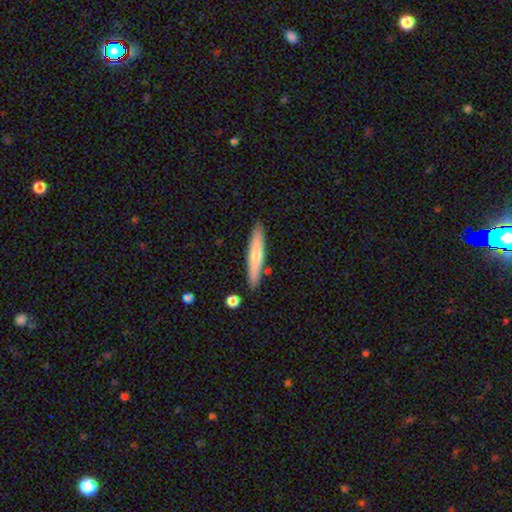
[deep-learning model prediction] smooth_or_featured: smooth (p=0.64) [alt: featured or disk p=0.30]
how_rounded: cigar-shaped (p=0.92) [alt: in between p=0.07]
merging: none (p=0.85) [alt: minor disturbance p=0.09]